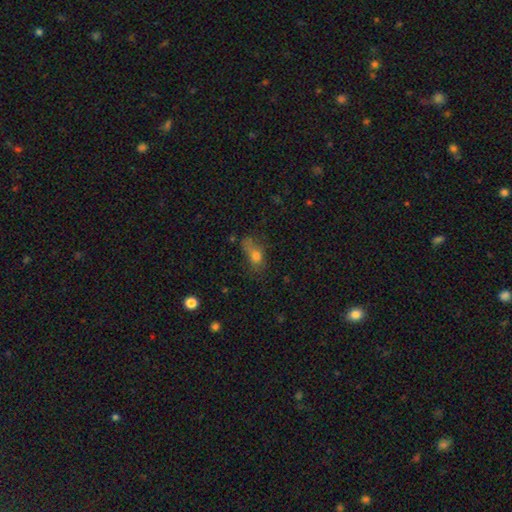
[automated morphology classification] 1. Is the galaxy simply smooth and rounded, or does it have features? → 68% smooth, 17% featured or disk, 15% star or artifact.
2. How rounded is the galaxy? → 66% in between, 24% round, 10% cigar-shaped.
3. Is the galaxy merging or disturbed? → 38% none, 28% minor disturbance, 25% major disturbance, 9% merger.